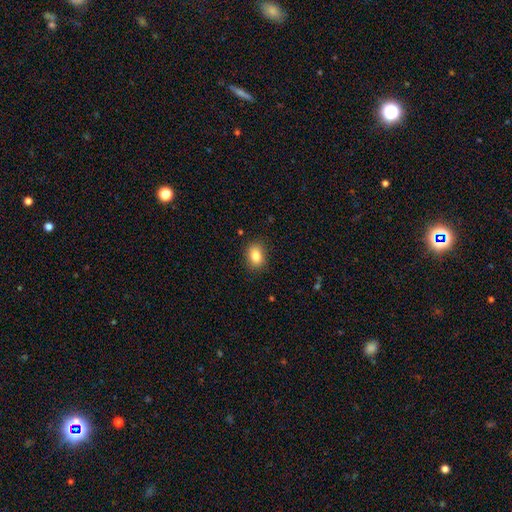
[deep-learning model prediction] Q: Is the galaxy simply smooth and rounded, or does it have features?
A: smooth — 84%.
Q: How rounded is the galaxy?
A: in between — 65%.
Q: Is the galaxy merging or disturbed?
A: none — 87%.